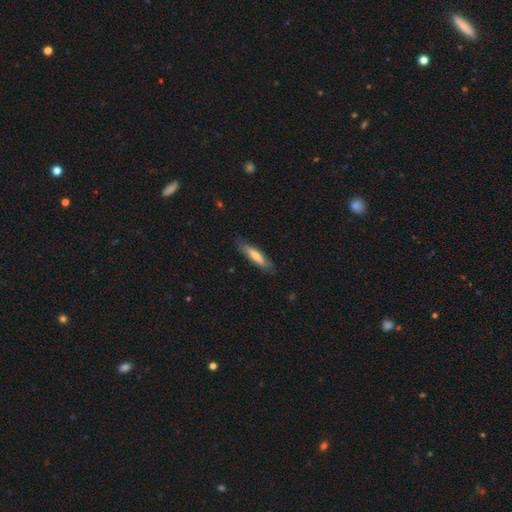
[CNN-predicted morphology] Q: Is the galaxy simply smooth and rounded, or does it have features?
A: smooth — 58%.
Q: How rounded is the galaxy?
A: cigar-shaped — 80%.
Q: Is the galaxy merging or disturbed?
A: none — 82%.